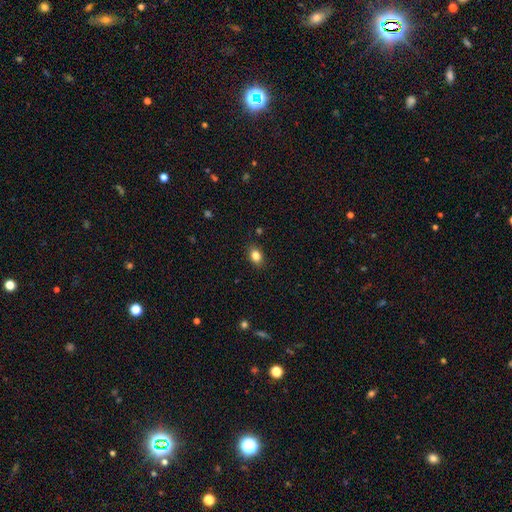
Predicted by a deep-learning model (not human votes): Smooth or featured? Predicted: smooth (p=0.84). How rounded? Predicted: in between (p=0.71). Merging? Predicted: none (p=0.88).